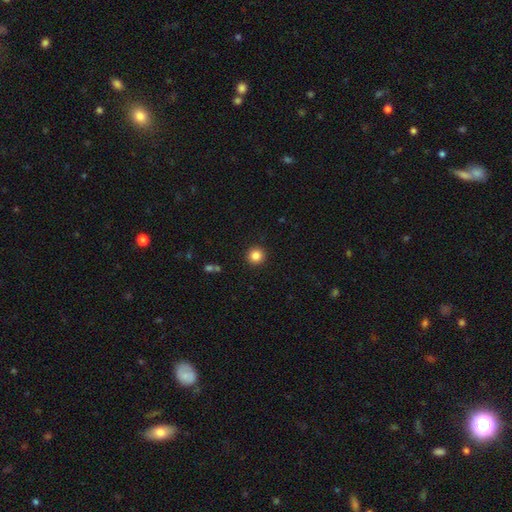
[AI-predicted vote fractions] The model was most divided on "smooth or featured": smooth: 84%, star or artifact: 11%, featured or disk: 5%. More confident: how rounded — round (96%); merging — none (92%).